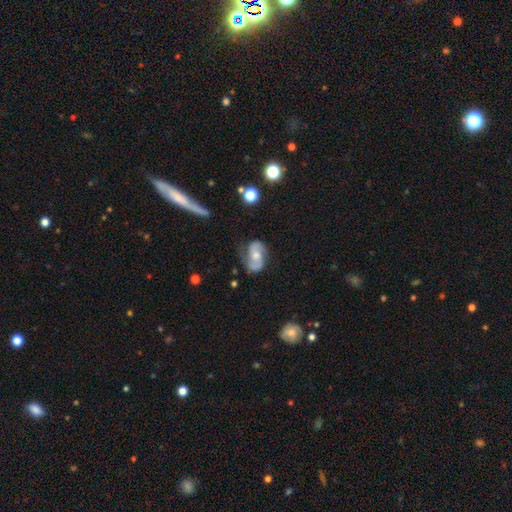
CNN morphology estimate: This appears to be a featured or disk galaxy (70%) with no bar (60%), 2 (87%) medium (43%) spiral arms (90%) and a moderate central bulge (54%). Merging: none (61%).